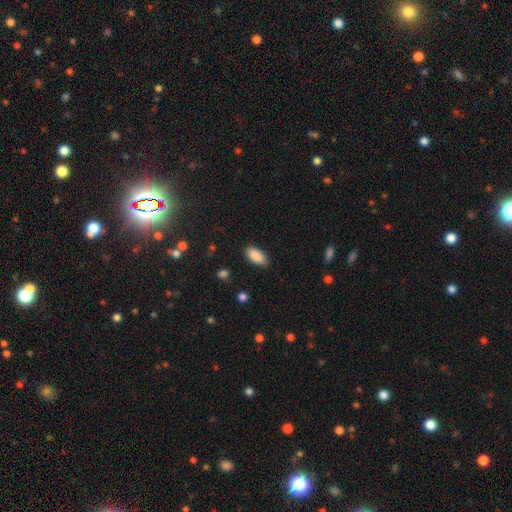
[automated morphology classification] This appears to be a smooth galaxy with no disk features (89%) that is in between round and cigar-shaped (92%). Merging: none (86%).